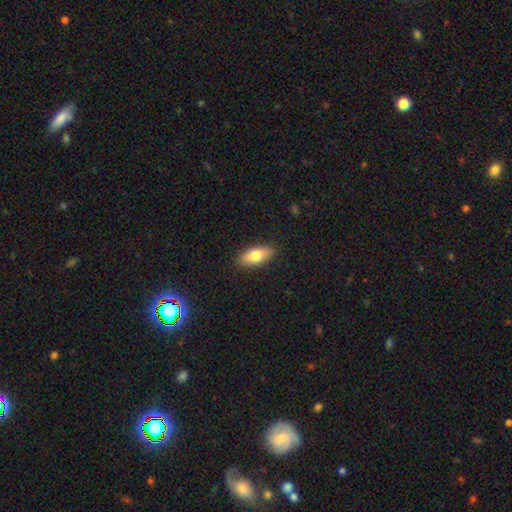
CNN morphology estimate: smooth_or_featured: smooth (p=0.77) [alt: featured or disk p=0.17]
how_rounded: in between (p=0.82) [alt: cigar-shaped p=0.15]
merging: none (p=0.89) [alt: minor disturbance p=0.08]